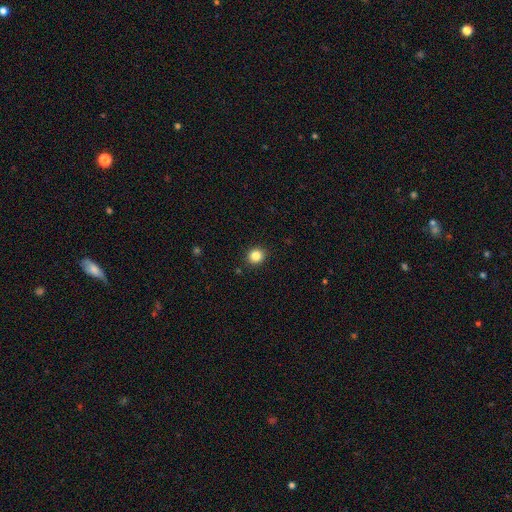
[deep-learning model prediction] The model was most divided on "how rounded": round: 83%, in between: 16%, cigar-shaped: 1%. More confident: merging — none (91%); smooth or featured — smooth (84%).